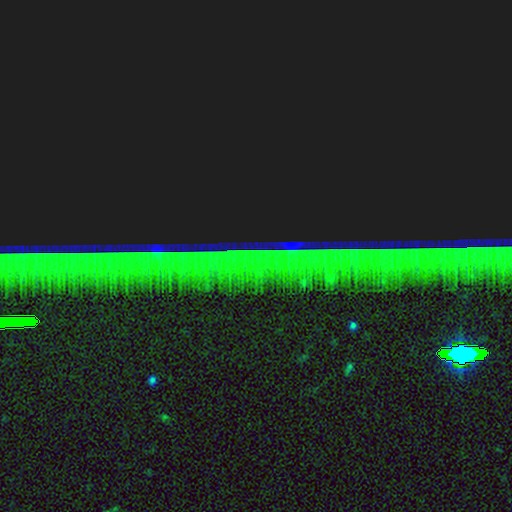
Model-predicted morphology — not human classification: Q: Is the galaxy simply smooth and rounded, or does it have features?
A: star or artifact — 87%.